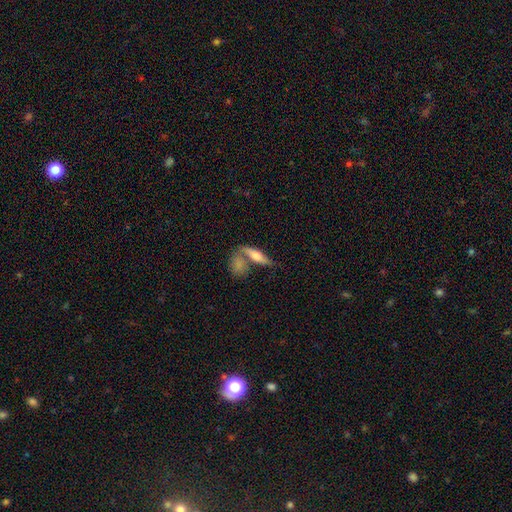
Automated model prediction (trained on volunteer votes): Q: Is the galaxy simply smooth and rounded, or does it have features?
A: smooth — 60%.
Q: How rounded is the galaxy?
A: in between — 48%.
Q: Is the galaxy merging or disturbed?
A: merger — 41%.